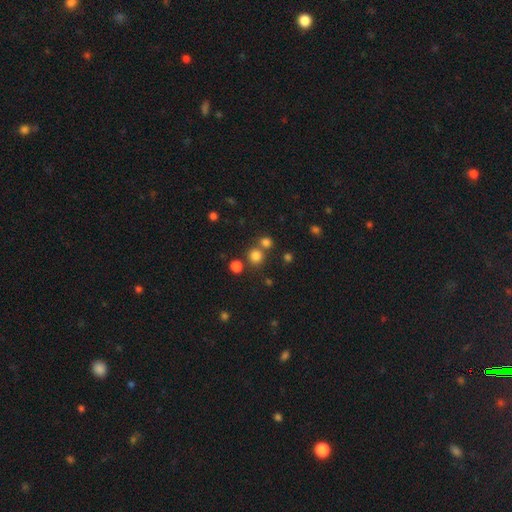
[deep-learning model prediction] The model was most divided on "merging": none: 69%, merger: 21%, minor disturbance: 7%, major disturbance: 3%. More confident: how rounded — round (90%); smooth or featured — smooth (76%).